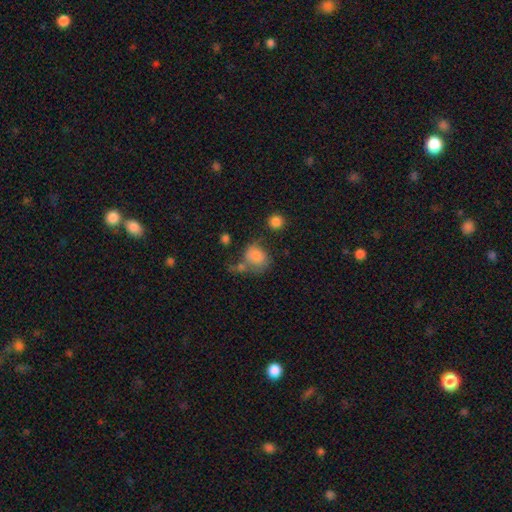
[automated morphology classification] The model was most divided on "merging": none: 39%, merger: 26%, minor disturbance: 20%, major disturbance: 15%. More confident: smooth or featured — smooth (75%); how rounded — round (62%).